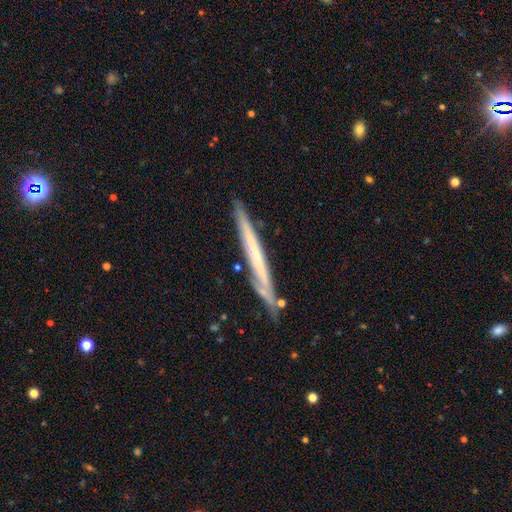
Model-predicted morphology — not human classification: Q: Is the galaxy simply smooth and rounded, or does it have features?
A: featured or disk — 57%.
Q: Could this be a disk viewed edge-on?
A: yes — 93%.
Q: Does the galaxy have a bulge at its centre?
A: none — 86%.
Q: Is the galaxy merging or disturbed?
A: none — 81%.